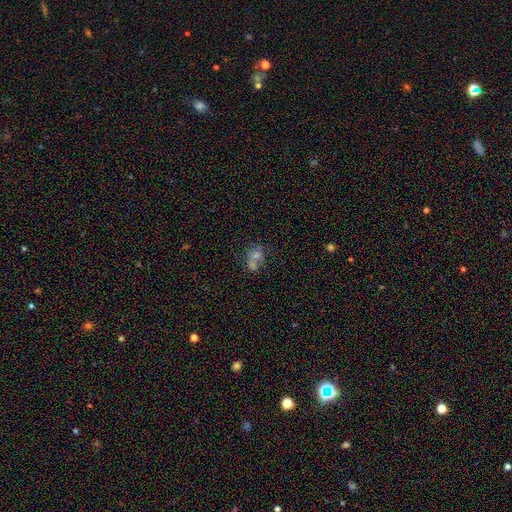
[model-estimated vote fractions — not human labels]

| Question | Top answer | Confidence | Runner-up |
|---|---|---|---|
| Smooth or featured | smooth | 60% | featured or disk (24%) |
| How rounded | round | 50% | in between (48%) |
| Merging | merger | 51% | none (31%) |